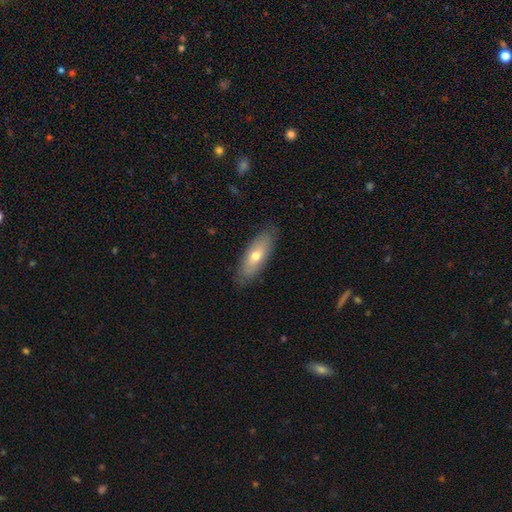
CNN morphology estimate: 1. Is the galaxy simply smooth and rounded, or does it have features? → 64% smooth, 30% featured or disk, 6% star or artifact.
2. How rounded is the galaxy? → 68% in between, 29% cigar-shaped, 3% round.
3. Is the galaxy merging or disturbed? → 85% none, 11% minor disturbance, 3% major disturbance, 1% merger.